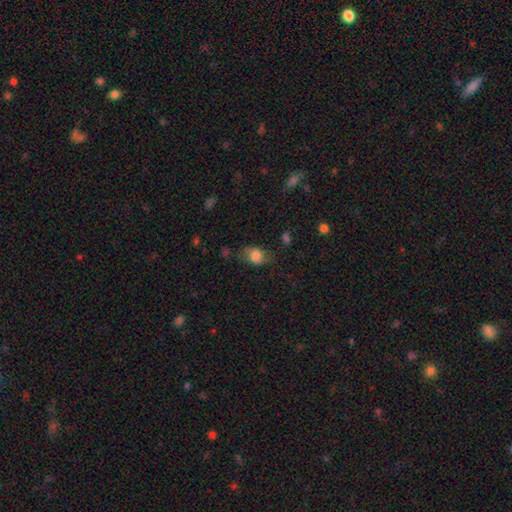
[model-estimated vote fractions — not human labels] smooth_or_featured: smooth (p=0.76) [alt: featured or disk p=0.14]
how_rounded: in between (p=0.60) [alt: round p=0.38]
merging: none (p=0.60) [alt: minor disturbance p=0.27]